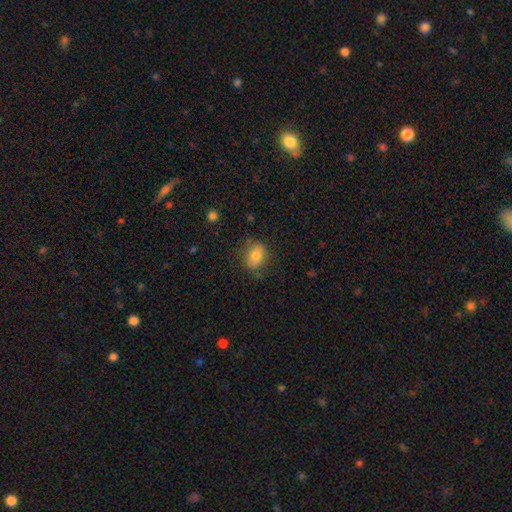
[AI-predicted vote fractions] Overall: smooth (79%). How rounded: in between (65%; round 33%). Merging: none (78%).